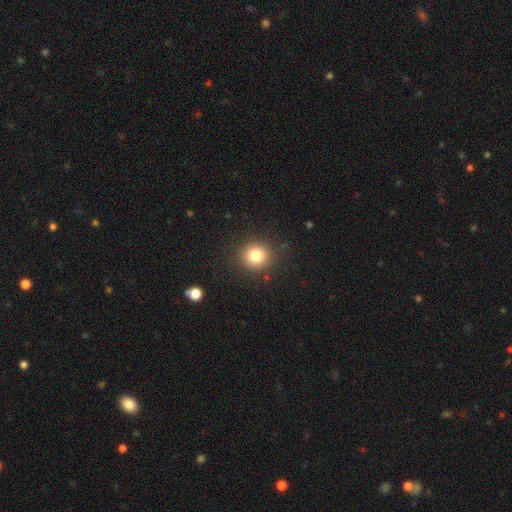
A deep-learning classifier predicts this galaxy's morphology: Overall: smooth (81%). How rounded: round (91%). Merging: none (89%).